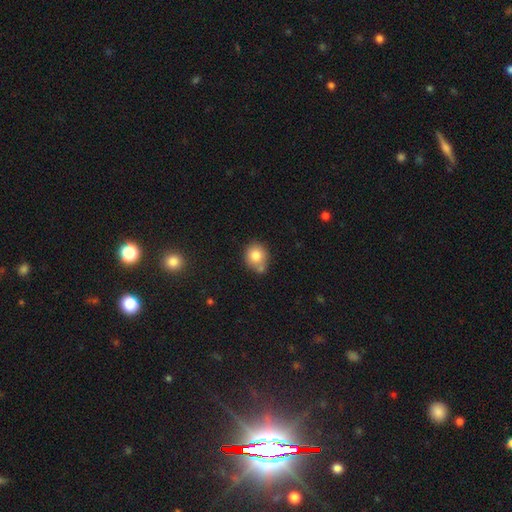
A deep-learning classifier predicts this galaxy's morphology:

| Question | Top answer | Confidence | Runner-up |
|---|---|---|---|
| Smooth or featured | smooth | 79% | featured or disk (11%) |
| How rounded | round | 75% | in between (24%) |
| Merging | none | 59% | merger (19%) |